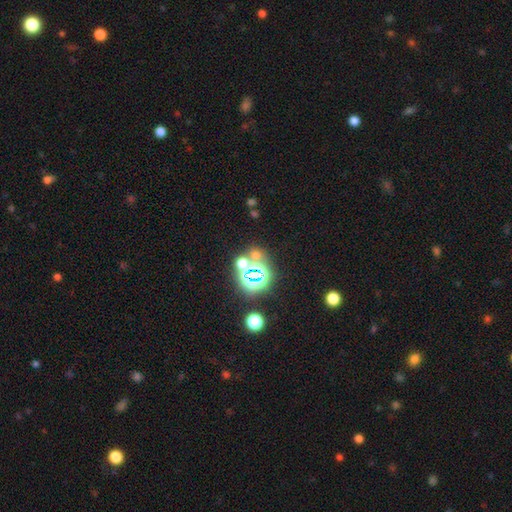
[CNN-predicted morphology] Smooth or featured: star or artifact — 51% (smooth — 39%)